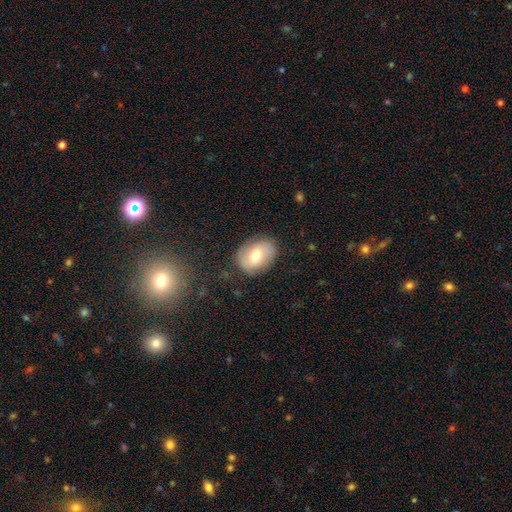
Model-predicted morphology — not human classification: Q: Smooth or featured?
A: smooth (66%); runner-up: featured or disk (27%)
Q: How rounded?
A: in between (68%); runner-up: round (31%)
Q: Merging?
A: none (82%); runner-up: minor disturbance (13%)